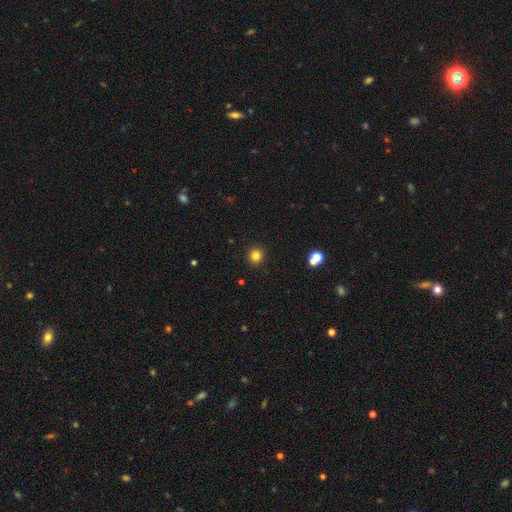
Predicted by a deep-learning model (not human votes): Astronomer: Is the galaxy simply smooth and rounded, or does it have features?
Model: smooth — 82%.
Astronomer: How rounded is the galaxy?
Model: round — 92%.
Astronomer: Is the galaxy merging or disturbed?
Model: none — 93%.